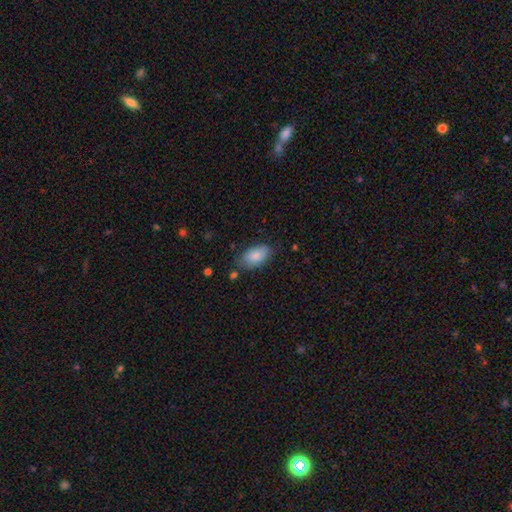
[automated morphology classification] This is clearly a smooth galaxy (84%). How rounded: clearly in between (93%). Merging: likely none (70%).